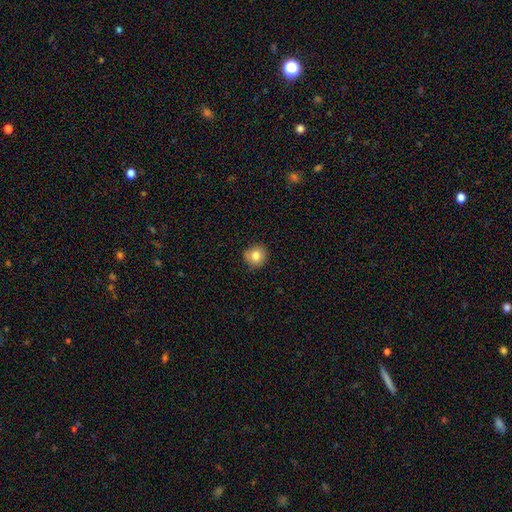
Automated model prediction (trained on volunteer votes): smooth_or_featured: smooth (p=0.79) [alt: featured or disk p=0.11]
how_rounded: round (p=0.90) [alt: in between p=0.09]
merging: none (p=0.85) [alt: minor disturbance p=0.11]